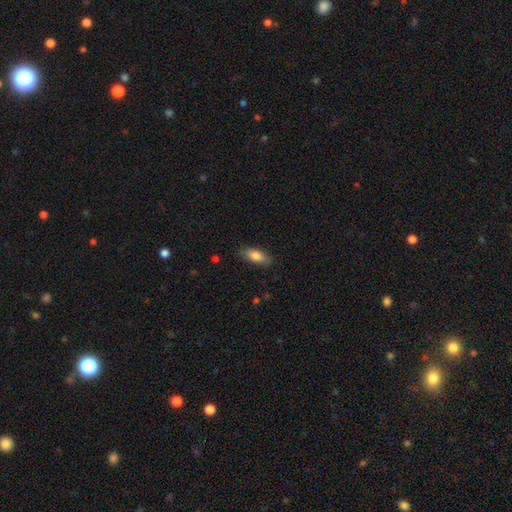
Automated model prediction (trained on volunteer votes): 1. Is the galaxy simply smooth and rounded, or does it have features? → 81% smooth, 12% featured or disk, 7% star or artifact.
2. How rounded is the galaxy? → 78% in between, 20% cigar-shaped, 2% round.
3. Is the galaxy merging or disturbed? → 83% none, 13% minor disturbance, 3% major disturbance, 1% merger.